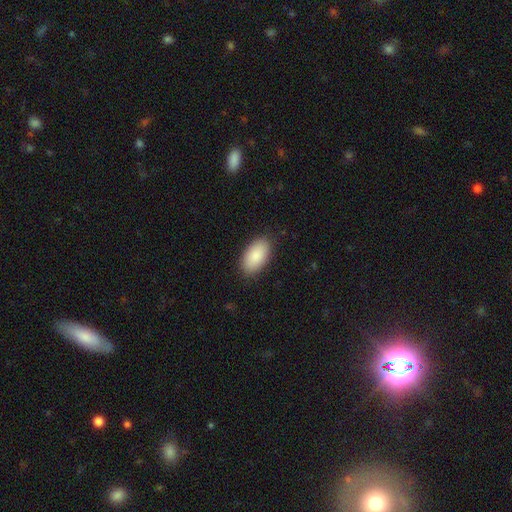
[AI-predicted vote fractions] smooth 88%, star or artifact 6%, featured or disk 6%. Down the decision tree: how rounded — in between (95%); merging — none (87%).